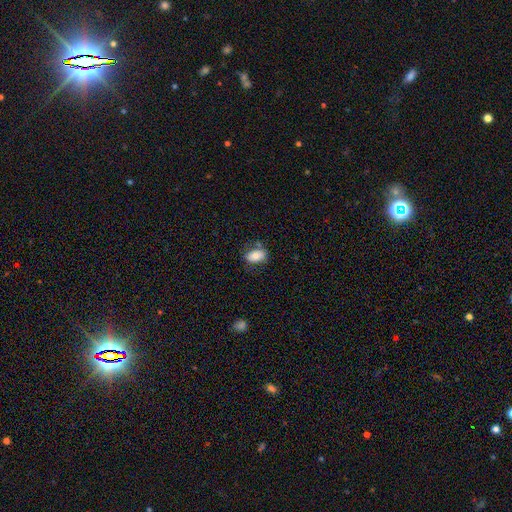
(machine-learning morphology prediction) Q: Smooth or featured?
A: smooth (80%); runner-up: featured or disk (12%)
Q: How rounded?
A: in between (88%); runner-up: round (10%)
Q: Merging?
A: none (69%); runner-up: minor disturbance (19%)